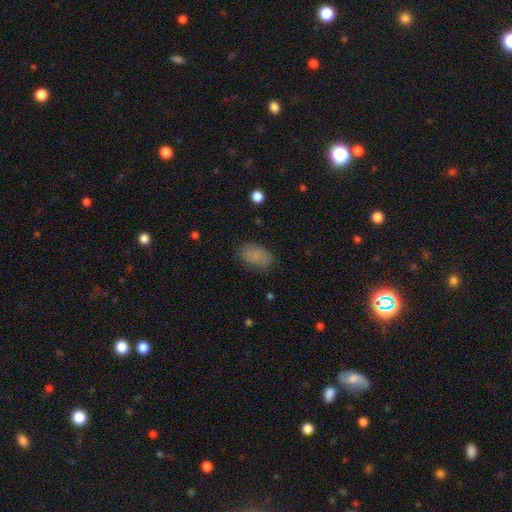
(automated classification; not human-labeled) Q: Smooth or featured?
A: smooth (83%); runner-up: star or artifact (9%)
Q: How rounded?
A: in between (92%); runner-up: round (6%)
Q: Merging?
A: none (80%); runner-up: minor disturbance (15%)